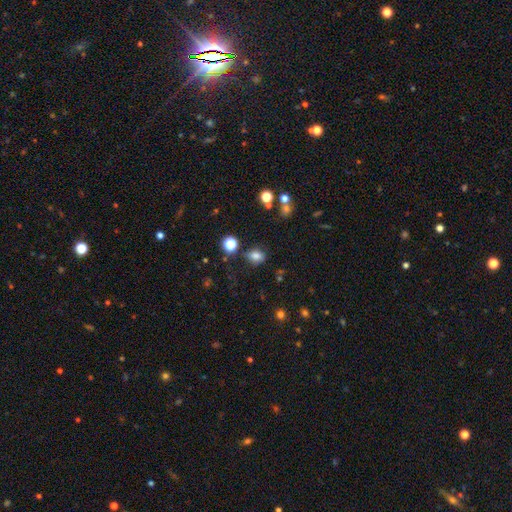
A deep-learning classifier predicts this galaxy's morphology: Smooth or featured?
  - smooth: 78% *
  - star or artifact: 15%
  - featured or disk: 7%
How rounded?
  - in between: 53% *
  - round: 45%
  - cigar-shaped: 1%
Merging?
  - none: 77% *
  - minor disturbance: 14%
  - major disturbance: 4%
  - merger: 4%